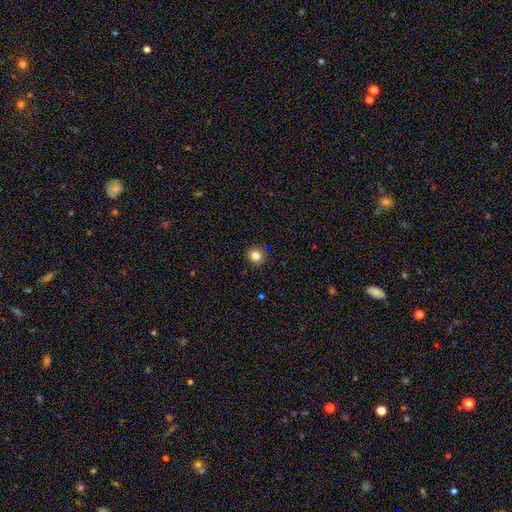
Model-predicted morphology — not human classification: This appears to be a smooth galaxy with no disk features (83%) that is round (92%). Merging: none (91%).